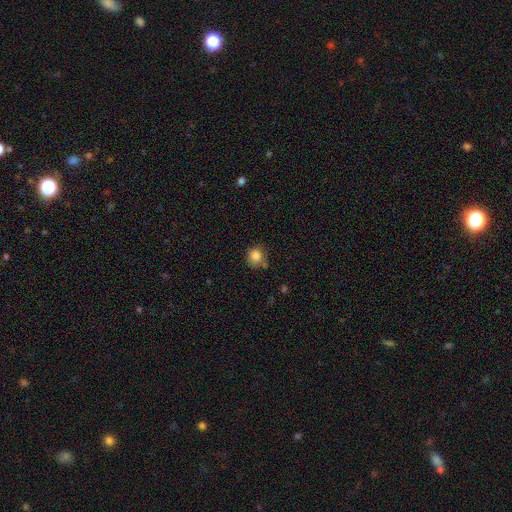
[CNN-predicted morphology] A smooth galaxy with no disk features (85%) that is round (86%).

Vote fractions:
- Smooth or featured? smooth: 85% / star or artifact: 10% / featured or disk: 5%
- How rounded? round: 86% / in between: 13% / cigar-shaped: 1%
- Merging? none: 70% / minor disturbance: 19% / merger: 7% / major disturbance: 4%